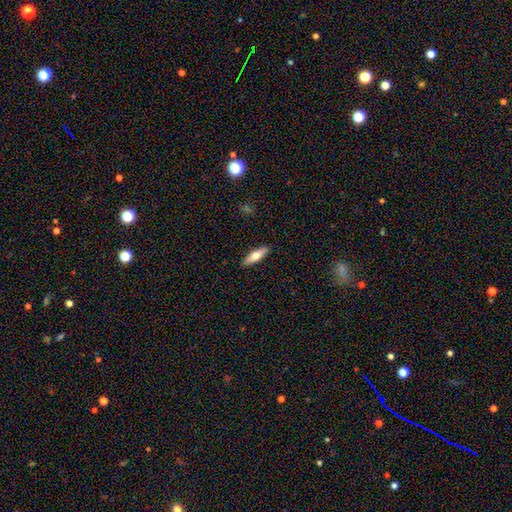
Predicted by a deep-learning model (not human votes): The model was most divided on "smooth or featured": smooth: 59%, featured or disk: 35%, star or artifact: 6%. More confident: merging — none (90%); how rounded — cigar-shaped (65%).